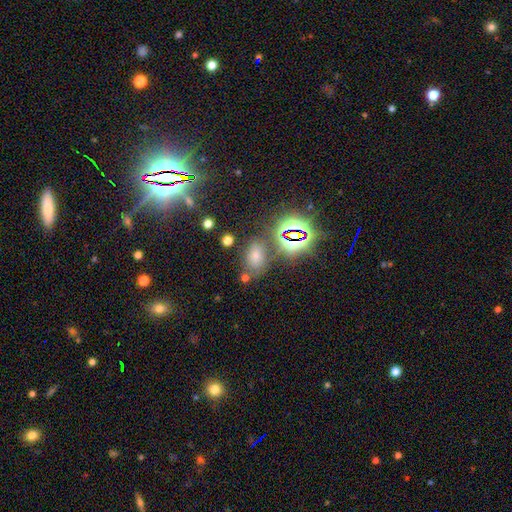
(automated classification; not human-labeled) Smooth or featured?
  - star or artifact: 48% *
  - smooth: 41%
  - featured or disk: 11%